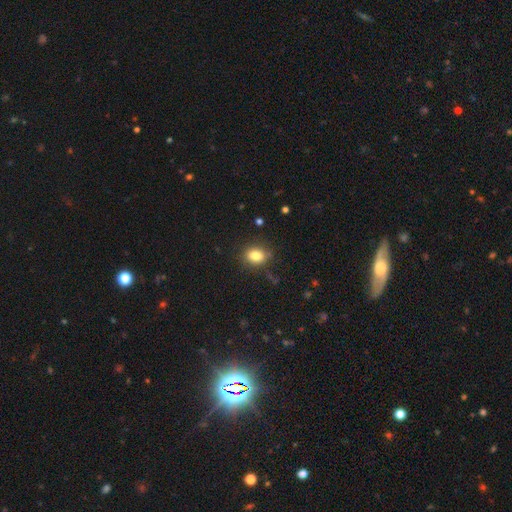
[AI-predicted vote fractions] Smooth or featured? Predicted: smooth (p=0.82). How rounded? Predicted: in between (p=0.54). Merging? Predicted: none (p=0.82).